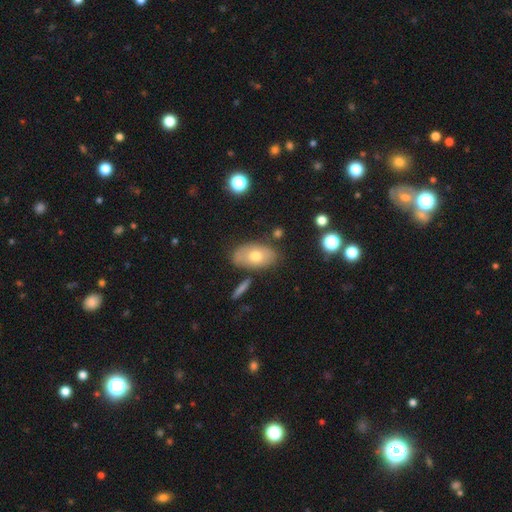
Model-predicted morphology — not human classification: The model was most divided on "smooth or featured": smooth: 63%, featured or disk: 28%, star or artifact: 8%. More confident: how rounded — in between (90%); merging — none (77%).